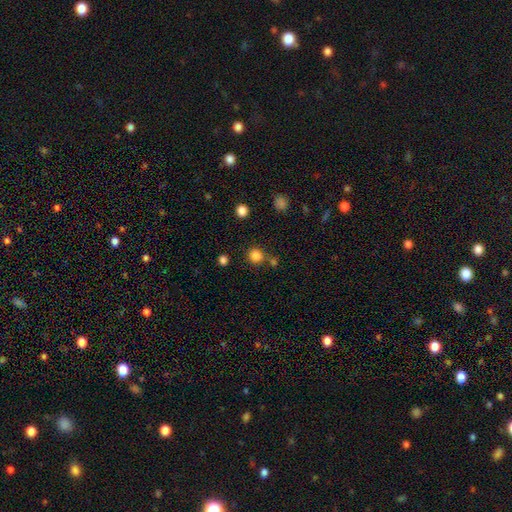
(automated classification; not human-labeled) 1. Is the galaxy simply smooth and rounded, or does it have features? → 83% smooth, 13% star or artifact, 4% featured or disk.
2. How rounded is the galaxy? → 91% round, 8% in between, 1% cigar-shaped.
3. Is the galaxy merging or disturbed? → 73% none, 14% merger, 9% minor disturbance, 4% major disturbance.